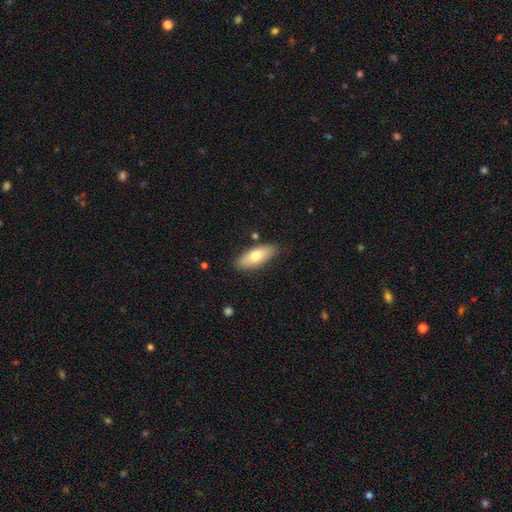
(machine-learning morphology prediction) This appears to be a smooth galaxy with no disk features (73%) that is in between round and cigar-shaped (80%). Merging: none (83%).